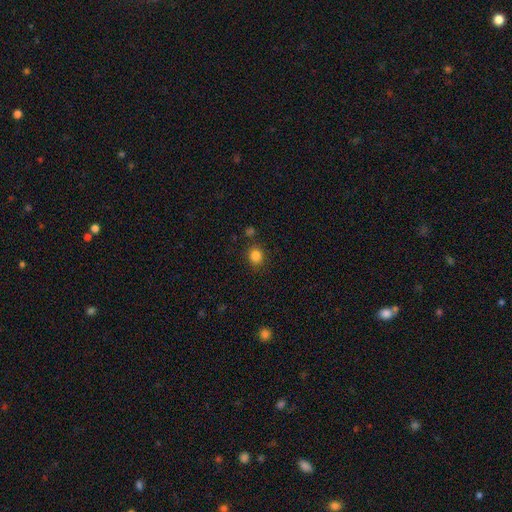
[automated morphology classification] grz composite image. It shows a smooth galaxy with no disk features (84%) that is round (75%). Merging: none (83%).